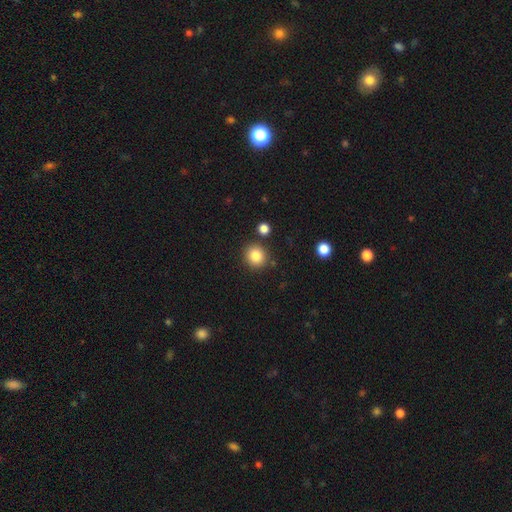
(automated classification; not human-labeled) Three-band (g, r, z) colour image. It shows a smooth galaxy with no disk features (85%) that is round (88%). Merging: none (85%).